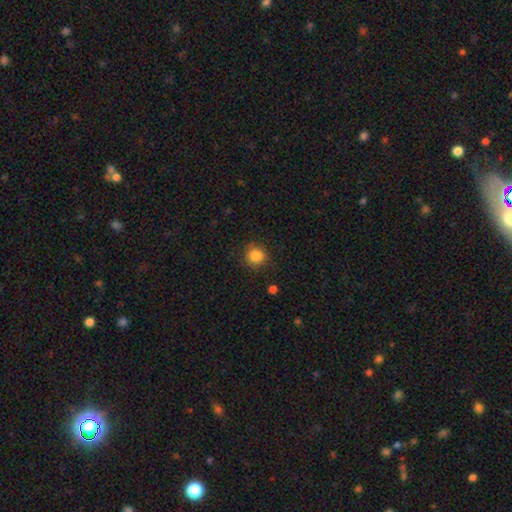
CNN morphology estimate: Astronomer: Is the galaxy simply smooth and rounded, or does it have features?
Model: smooth — 85%.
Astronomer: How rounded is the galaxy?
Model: round — 80%.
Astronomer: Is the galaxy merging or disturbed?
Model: none — 81%.